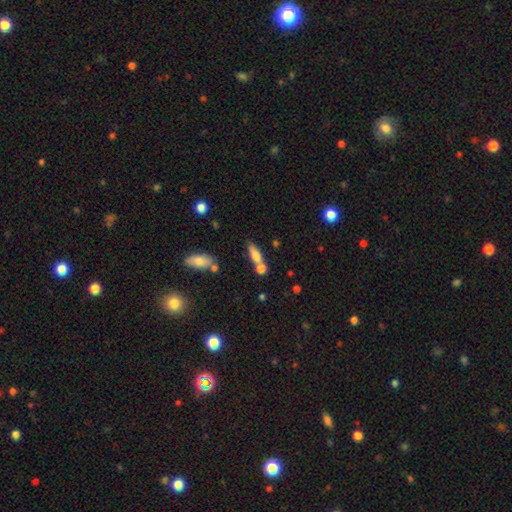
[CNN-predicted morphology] Smooth or featured? smooth (73%)
How rounded? cigar-shaped (48%)
Merging? none (49%)